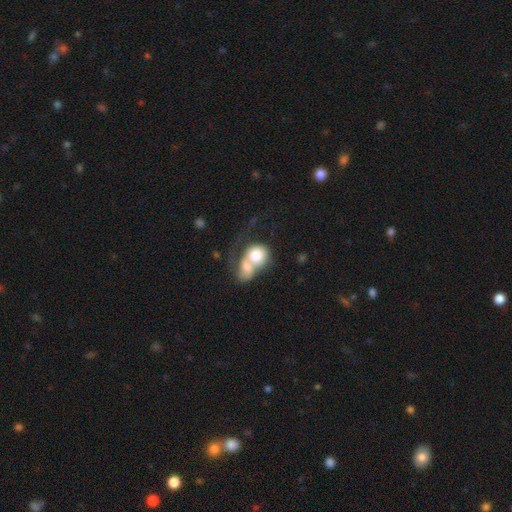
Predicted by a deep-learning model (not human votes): Smooth or featured? Predicted: smooth (p=0.67). How rounded? Predicted: round (p=0.59). Merging? Predicted: merger (p=0.75).